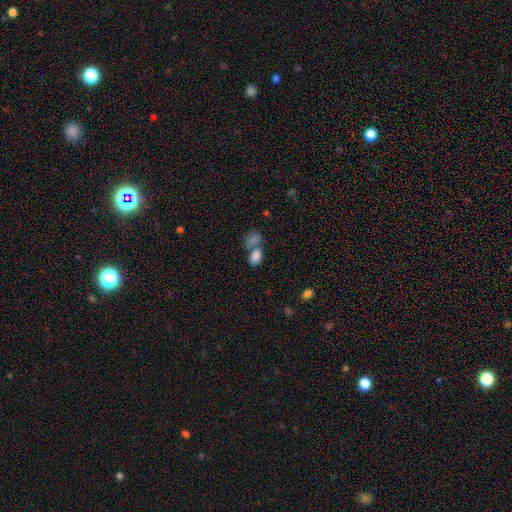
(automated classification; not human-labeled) Smooth or featured? Predicted: smooth (p=0.83). How rounded? Predicted: in between (p=0.90). Merging? Predicted: merger (p=0.48).